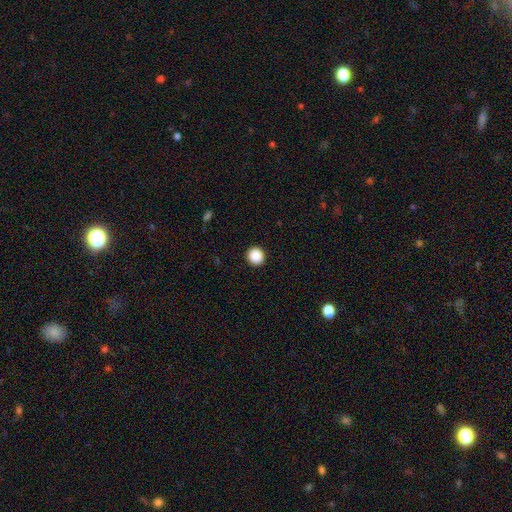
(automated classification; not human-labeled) Smooth or featured?
  - smooth: 89% *
  - star or artifact: 9%
  - featured or disk: 2%
How rounded?
  - round: 93% *
  - in between: 6%
  - cigar-shaped: 1%
Merging?
  - none: 93% *
  - minor disturbance: 5%
  - major disturbance: 2%
  - merger: 1%